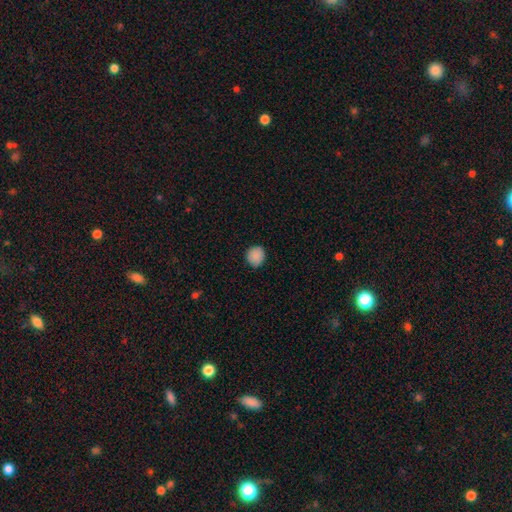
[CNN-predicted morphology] Q: Smooth or featured?
A: smooth (88%); runner-up: star or artifact (9%)
Q: How rounded?
A: round (88%); runner-up: in between (11%)
Q: Merging?
A: none (87%); runner-up: minor disturbance (10%)